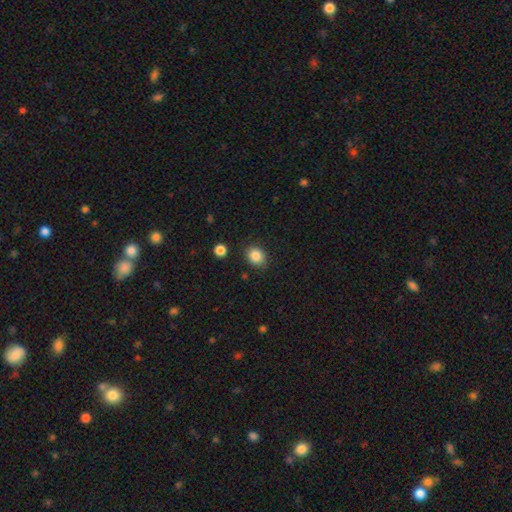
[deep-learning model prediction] Smooth or featured? smooth (86%)
How rounded? round (57%)
Merging? none (83%)